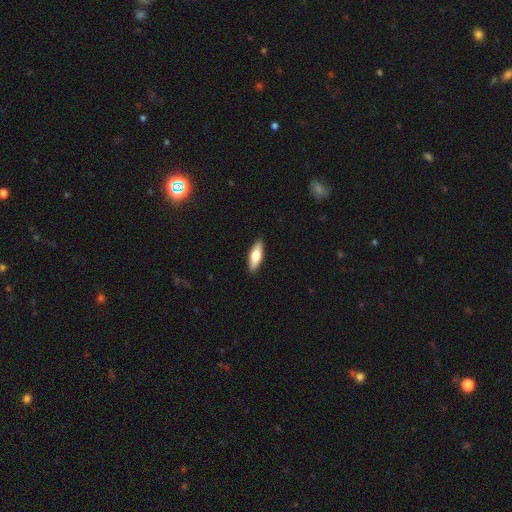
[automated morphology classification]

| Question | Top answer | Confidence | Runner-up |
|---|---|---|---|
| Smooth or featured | smooth | 66% | featured or disk (29%) |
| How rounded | in between | 53% | cigar-shaped (45%) |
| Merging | none | 90% | minor disturbance (7%) |